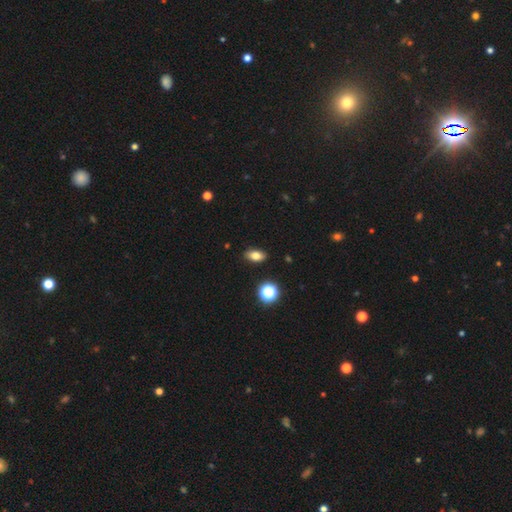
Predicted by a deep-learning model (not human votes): This is likely a smooth galaxy (77%). How rounded: clearly in between (84%). Merging: clearly none (89%).